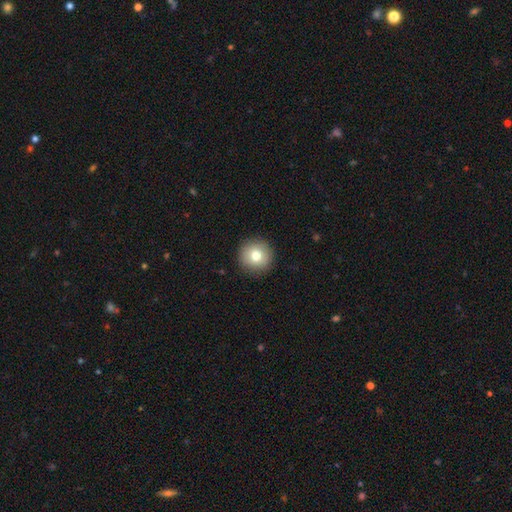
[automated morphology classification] Smooth or featured? smooth (78%)
How rounded? round (95%)
Merging? none (91%)